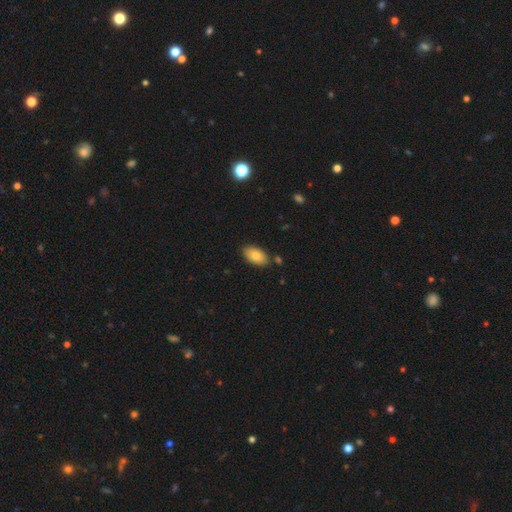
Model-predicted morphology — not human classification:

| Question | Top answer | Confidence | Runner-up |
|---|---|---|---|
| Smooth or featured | smooth | 83% | featured or disk (10%) |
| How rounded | in between | 94% | round (4%) |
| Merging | none | 82% | minor disturbance (12%) |